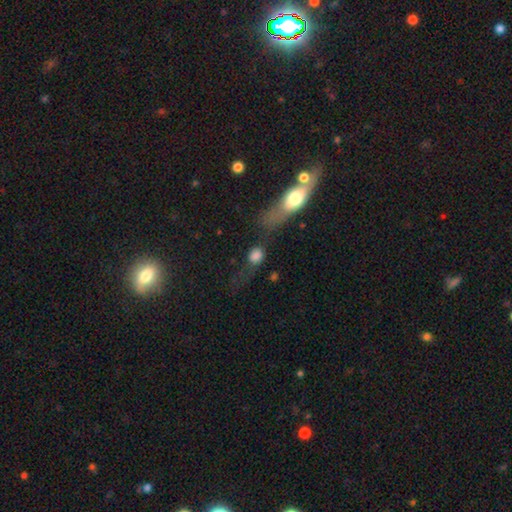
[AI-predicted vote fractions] Morphology: type=smooth (71%); roundness=round (49%); merging=none (40%).